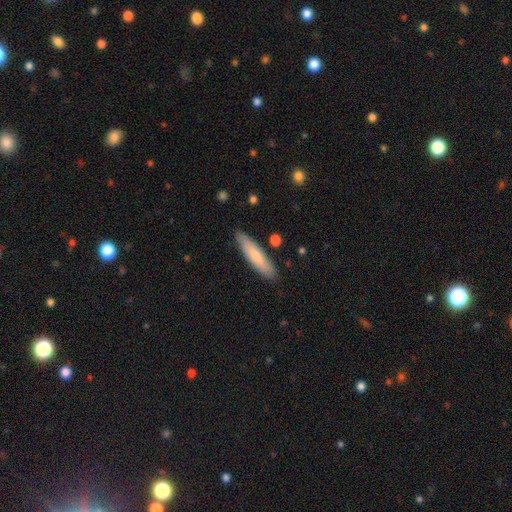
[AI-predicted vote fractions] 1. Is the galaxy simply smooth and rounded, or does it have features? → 75% smooth, 19% featured or disk, 6% star or artifact.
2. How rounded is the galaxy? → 80% cigar-shaped, 19% in between, 1% round.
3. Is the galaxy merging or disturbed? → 87% none, 9% minor disturbance, 2% merger, 2% major disturbance.